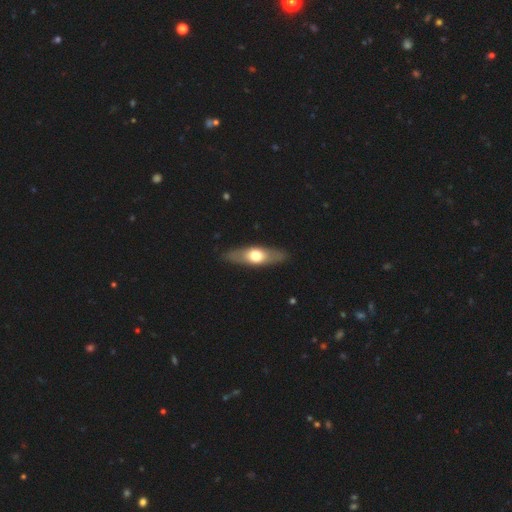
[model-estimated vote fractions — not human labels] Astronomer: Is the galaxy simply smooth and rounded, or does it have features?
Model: smooth — 49% (runner-up: featured or disk, 46%).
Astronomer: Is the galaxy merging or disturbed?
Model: none — 88%.